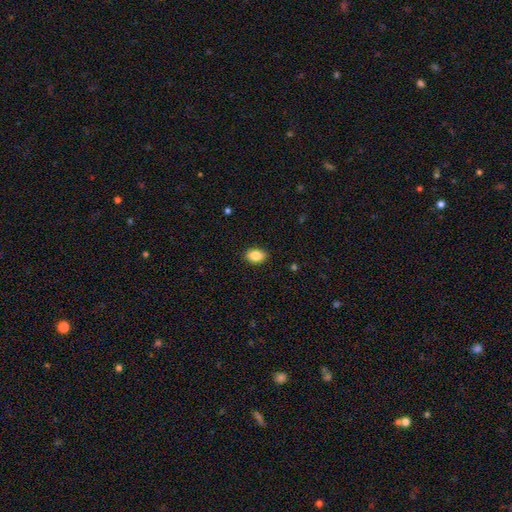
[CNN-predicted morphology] This is clearly a smooth galaxy (86%). How rounded: clearly in between (80%). Merging: clearly none (89%).